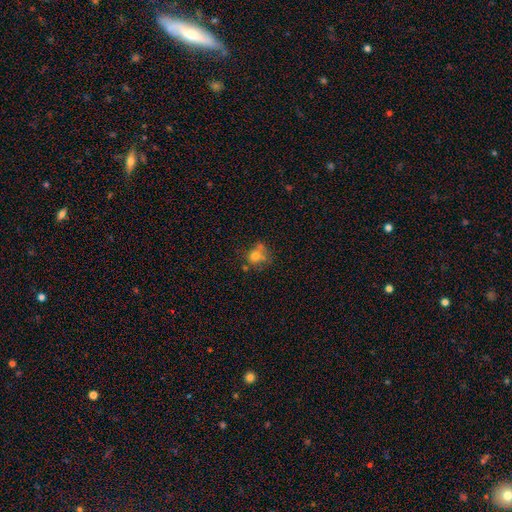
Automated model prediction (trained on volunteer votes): A smooth galaxy with no disk features (69%) that is round (69%). Merging: none (42%).